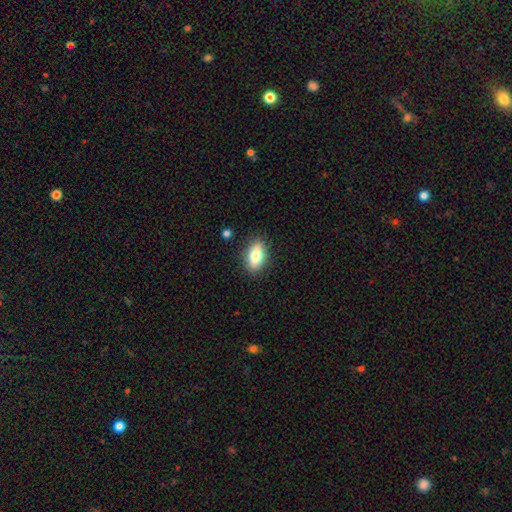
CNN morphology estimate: Smooth or featured? smooth (69%)
How rounded? in between (82%)
Merging? none (87%)